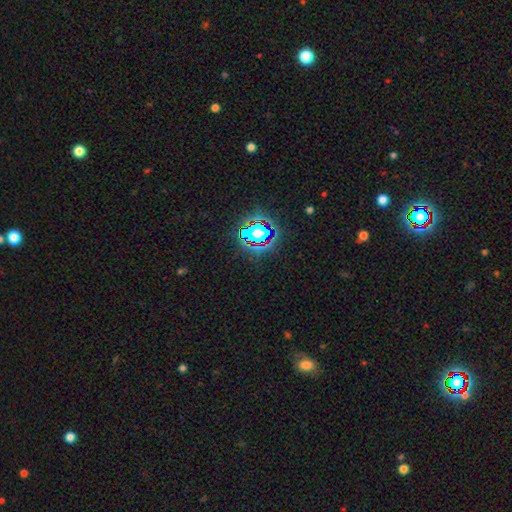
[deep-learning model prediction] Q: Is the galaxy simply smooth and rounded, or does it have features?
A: star or artifact — 80%.